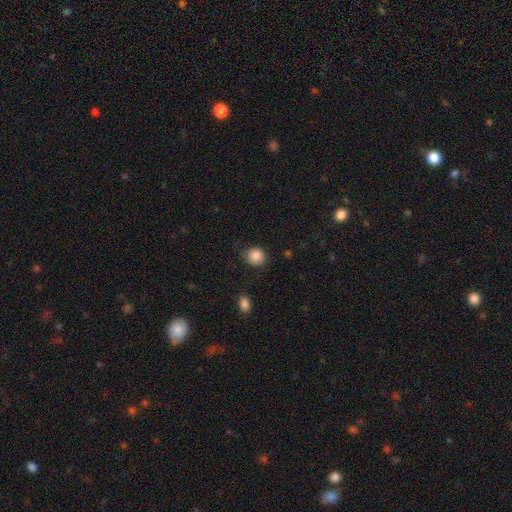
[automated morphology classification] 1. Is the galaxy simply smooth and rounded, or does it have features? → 87% smooth, 9% star or artifact, 4% featured or disk.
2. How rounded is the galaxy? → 79% round, 20% in between, 1% cigar-shaped.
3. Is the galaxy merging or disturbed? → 79% none, 16% minor disturbance, 4% major disturbance, 2% merger.